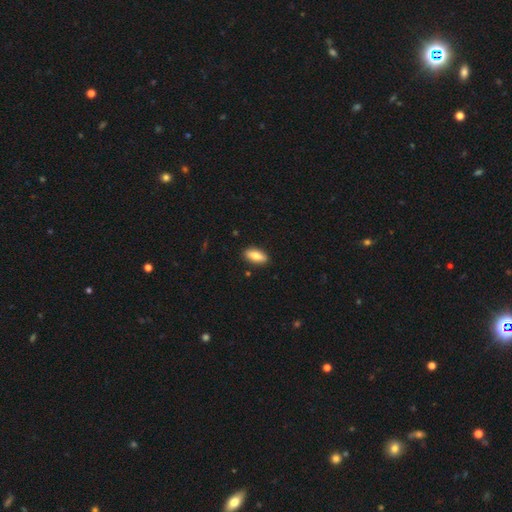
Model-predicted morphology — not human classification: A smooth galaxy with no disk features (78%) that is in between round and cigar-shaped (81%). Merging: none (88%).